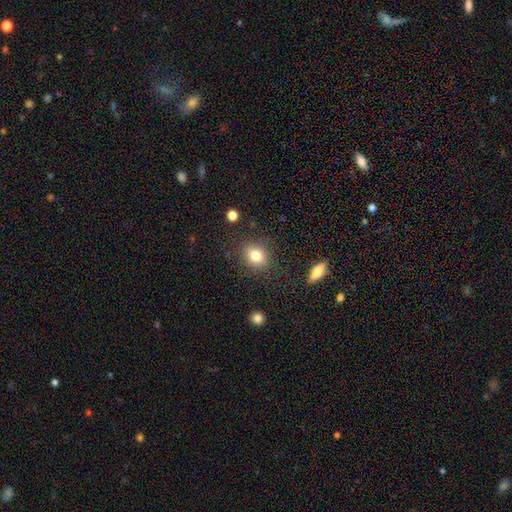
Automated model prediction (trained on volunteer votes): The model was most divided on "how rounded": round: 57%, in between: 42%, cigar-shaped: 1%. More confident: merging — none (84%); smooth or featured — smooth (81%).